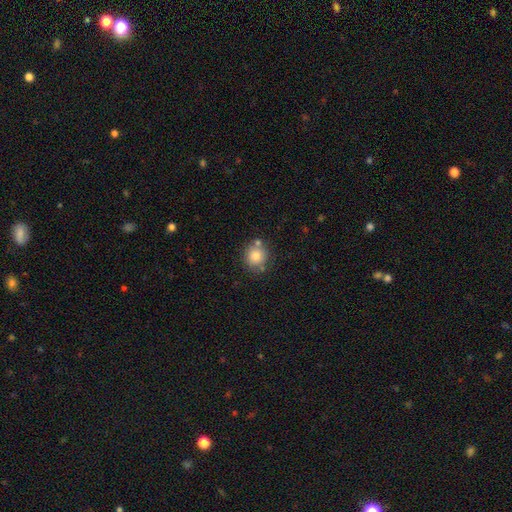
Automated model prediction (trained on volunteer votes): Smooth or featured? smooth (80%)
How rounded? round (88%)
Merging? none (72%)